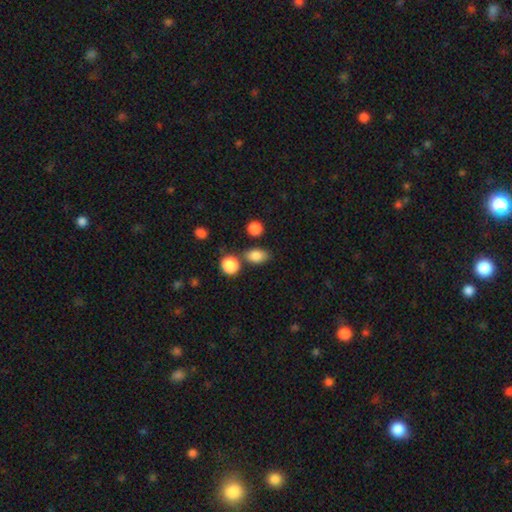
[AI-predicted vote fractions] This is clearly a smooth galaxy (84%). How rounded: likely in between (72%). Merging: likely none (71%).